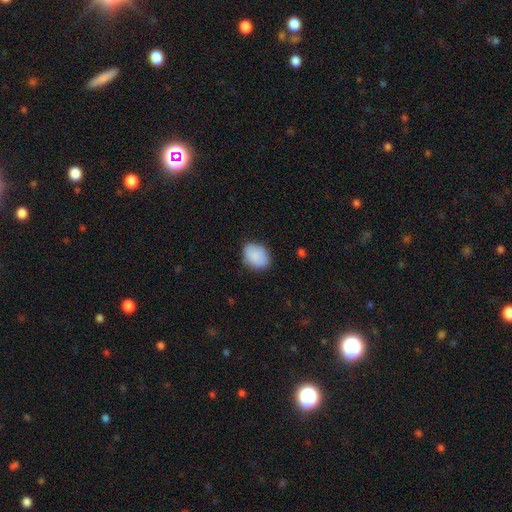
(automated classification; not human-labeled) smooth_or_featured: smooth (p=0.88) [alt: star or artifact p=0.07]
how_rounded: in between (p=0.69) [alt: round p=0.30]
merging: none (p=0.79) [alt: minor disturbance p=0.17]